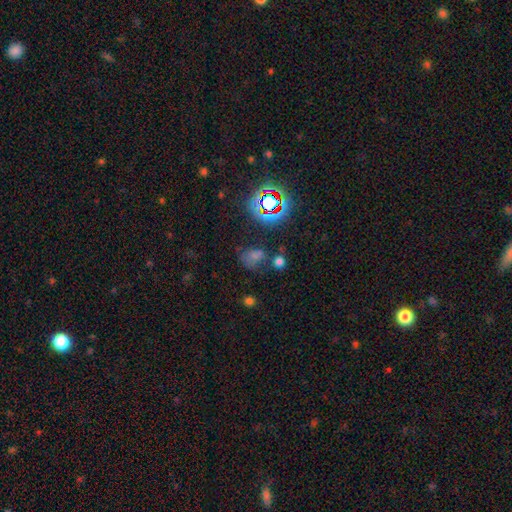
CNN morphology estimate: A smooth galaxy with no disk features (46%).

Vote fractions:
- Smooth or featured? smooth: 46% / star or artifact: 42% / featured or disk: 12%
- Merging? none: 55% / minor disturbance: 19% / merger: 13% / major disturbance: 13%